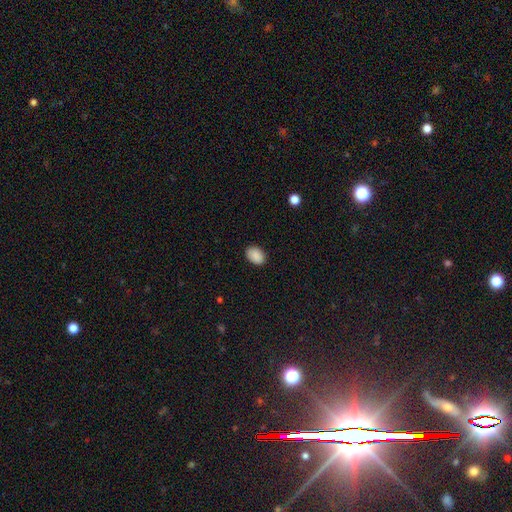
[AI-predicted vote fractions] The model was most divided on "how rounded": in between: 80%, round: 19%, cigar-shaped: 1%. More confident: smooth or featured — smooth (90%); merging — none (89%).